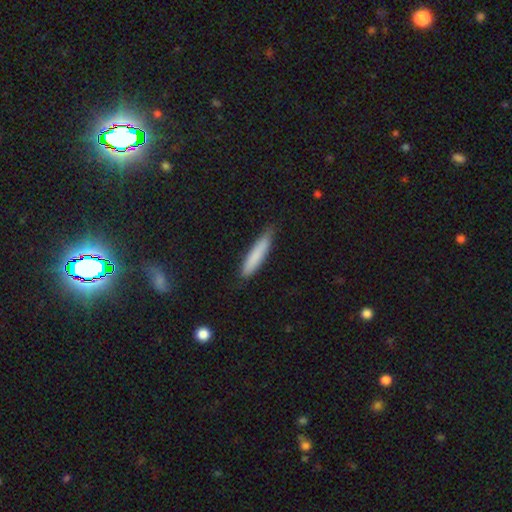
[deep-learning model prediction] A smooth galaxy with no disk features (81%) that is cigar-shaped (89%).

Vote fractions:
- Smooth or featured? smooth: 81% / featured or disk: 13% / star or artifact: 6%
- How rounded? cigar-shaped: 89% / in between: 10% / round: 1%
- Merging? none: 79% / minor disturbance: 17% / major disturbance: 2% / merger: 1%